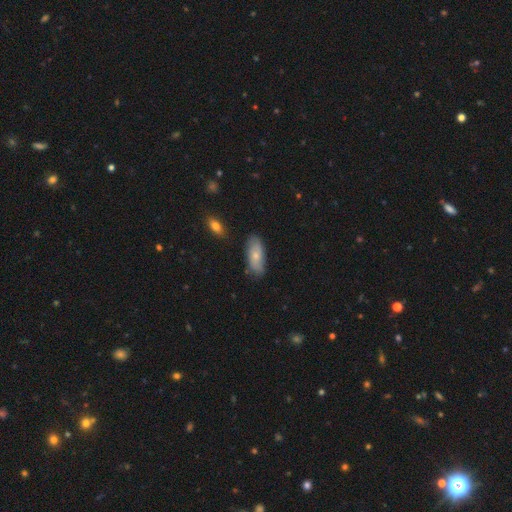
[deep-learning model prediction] smooth 70%, featured or disk 24%, star or artifact 6%. Down the decision tree: how rounded — in between (86%); merging — none (76%).